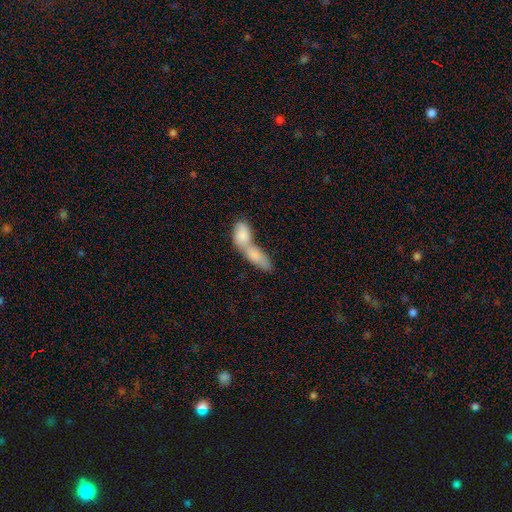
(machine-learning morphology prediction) Smooth or featured: smooth — 78% (featured or disk — 16%)
How rounded: in between — 71% (cigar-shaped — 25%)
Merging: merger — 76% (none — 15%)